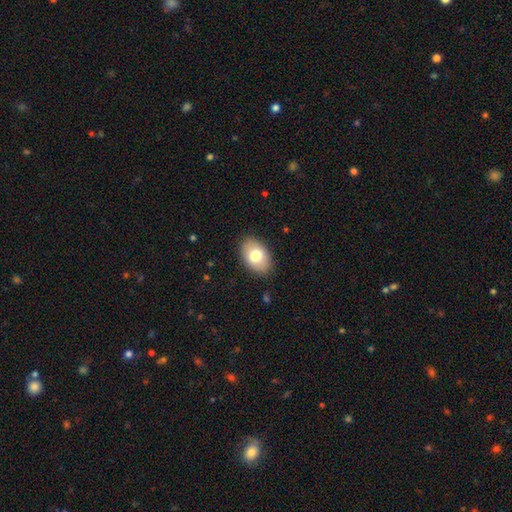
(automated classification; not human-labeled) This is likely a smooth galaxy (76%). How rounded: clearly in between (87%). Merging: clearly none (86%).